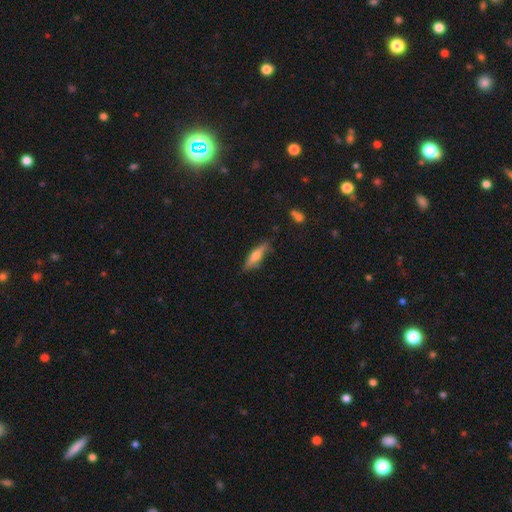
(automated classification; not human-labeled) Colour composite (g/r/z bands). It shows a smooth galaxy with no disk features (58%) that is cigar-shaped (66%). Merging: none (77%).